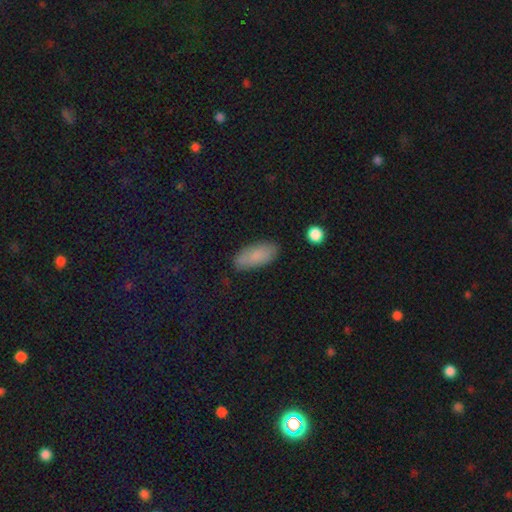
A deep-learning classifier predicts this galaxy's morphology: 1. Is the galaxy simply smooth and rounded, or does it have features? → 84% smooth, 8% featured or disk, 8% star or artifact.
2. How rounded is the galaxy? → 85% in between, 13% cigar-shaped, 2% round.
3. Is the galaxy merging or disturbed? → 83% none, 12% minor disturbance, 3% major disturbance, 2% merger.